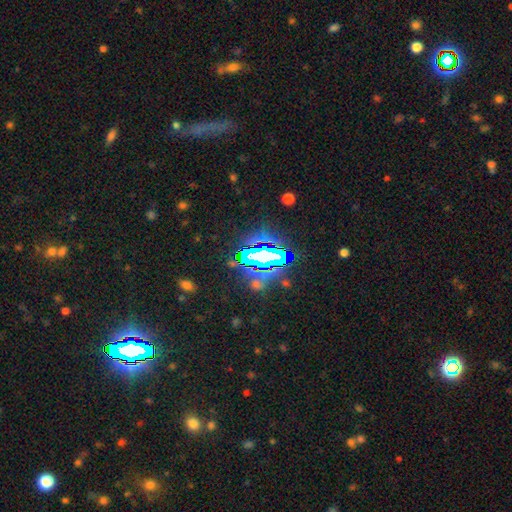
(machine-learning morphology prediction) Overall: star or artifact (76%).